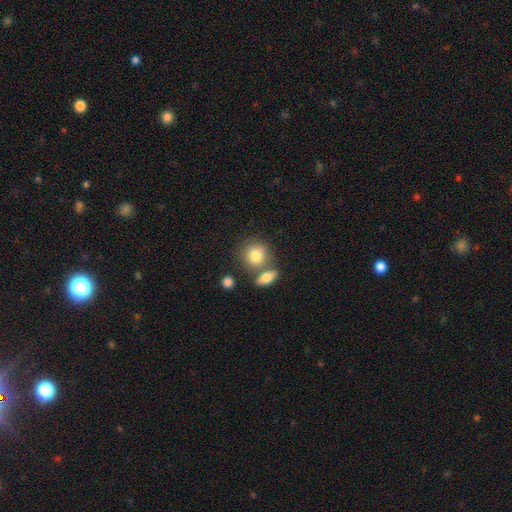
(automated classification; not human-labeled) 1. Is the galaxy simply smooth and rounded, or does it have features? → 80% smooth, 12% featured or disk, 8% star or artifact.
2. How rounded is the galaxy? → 80% round, 19% in between, 1% cigar-shaped.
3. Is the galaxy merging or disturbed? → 59% none, 27% merger, 10% minor disturbance, 3% major disturbance.